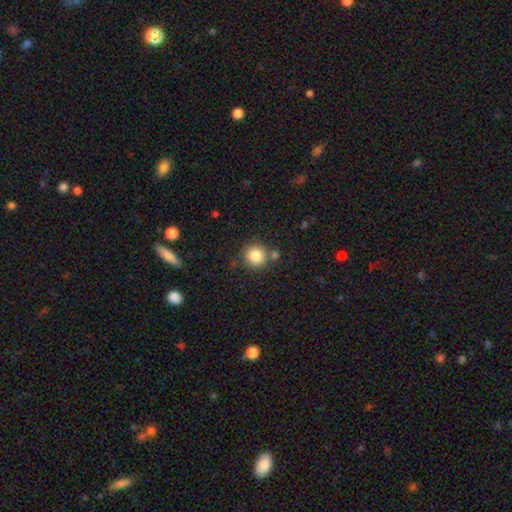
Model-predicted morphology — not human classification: This is clearly a smooth galaxy (84%). How rounded: clearly round (92%). Merging: likely none (78%).